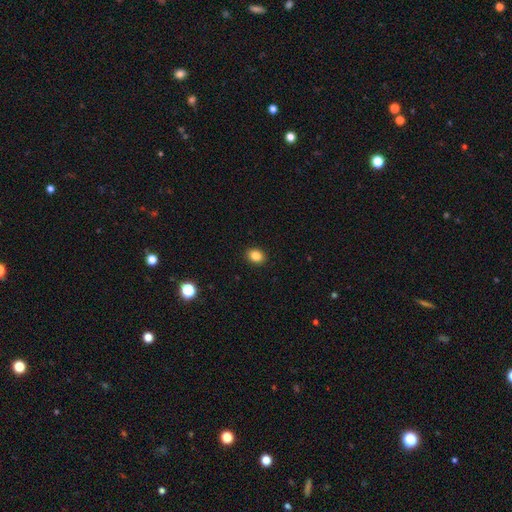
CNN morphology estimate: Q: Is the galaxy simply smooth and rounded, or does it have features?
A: smooth — 85%.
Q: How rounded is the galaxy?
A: round — 53%.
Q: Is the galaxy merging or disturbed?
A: none — 92%.